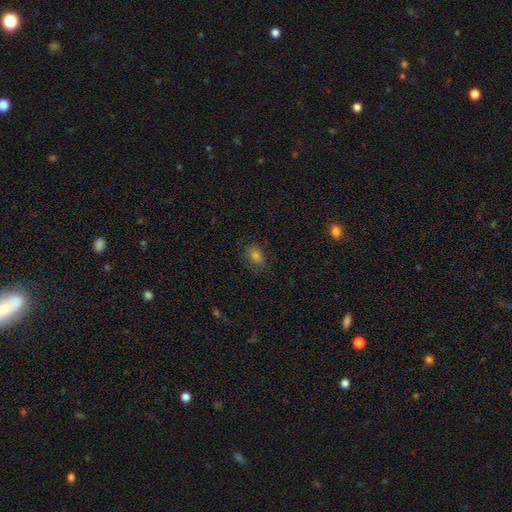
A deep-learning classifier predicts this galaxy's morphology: This appears to be a smooth galaxy with no disk features (70%) that is in between round and cigar-shaped (70%). Merging: none (79%).